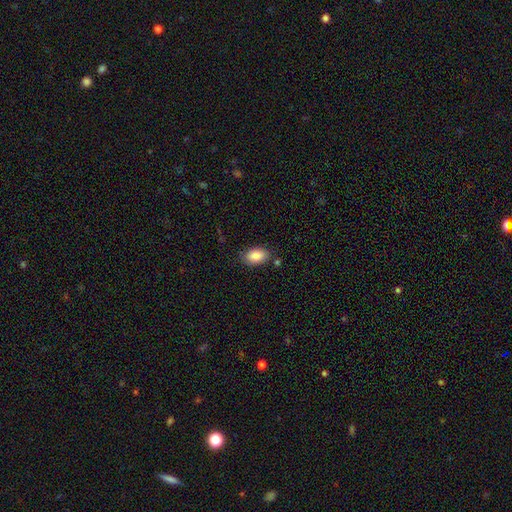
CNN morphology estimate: type=smooth (85%); roundness=in between (91%); merging=none (80%).